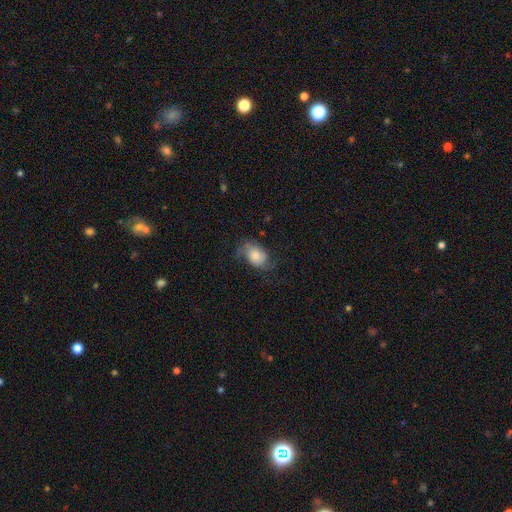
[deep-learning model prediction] smooth-or-featured: smooth: 52% | featured or disk: 39% | star or artifact: 9%
  how-rounded: in between: 79% | round: 19% | cigar-shaped: 1%
  merging: none: 55% | minor disturbance: 26% | major disturbance: 18% | merger: 1%